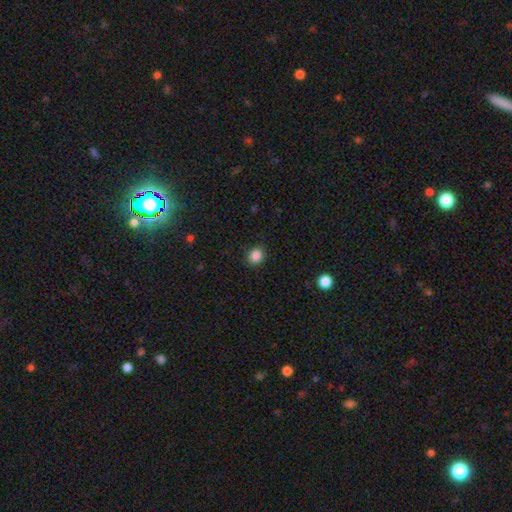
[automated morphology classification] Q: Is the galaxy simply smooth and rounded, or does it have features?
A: smooth — 86%.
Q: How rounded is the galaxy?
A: round — 67%.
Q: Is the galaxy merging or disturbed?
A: none — 88%.